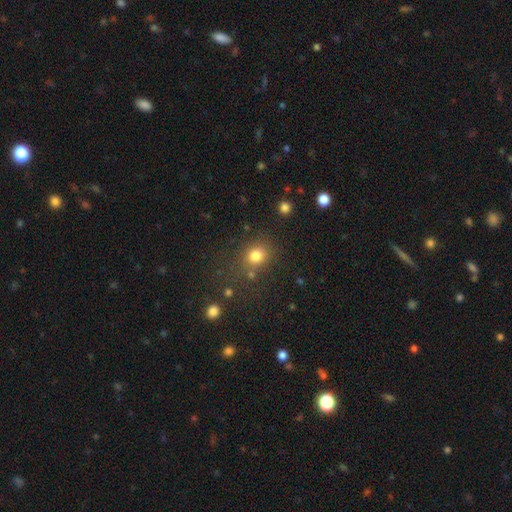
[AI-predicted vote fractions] A smooth galaxy with no disk features (79%) that is round (70%). Merging: none (70%).